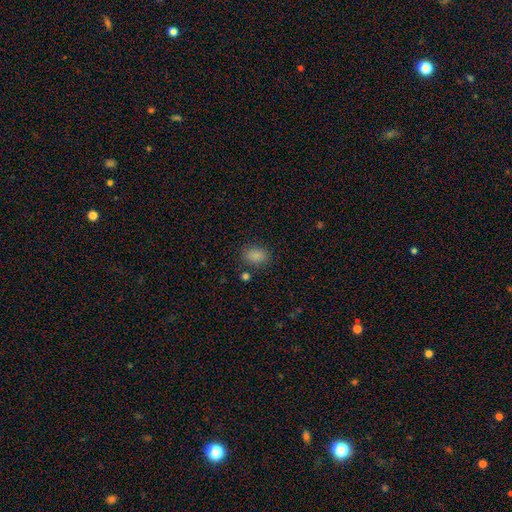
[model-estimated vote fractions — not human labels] Smooth or featured?
  - smooth: 85% *
  - star or artifact: 10%
  - featured or disk: 4%
How rounded?
  - in between: 72% *
  - round: 27%
  - cigar-shaped: 1%
Merging?
  - none: 81% *
  - minor disturbance: 11%
  - merger: 4%
  - major disturbance: 4%